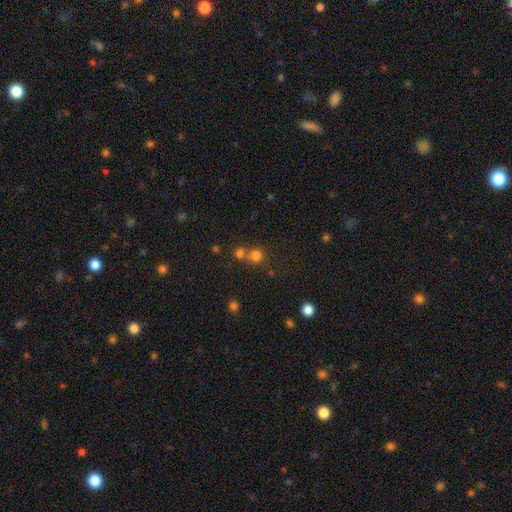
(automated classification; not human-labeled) This appears to be a smooth galaxy with no disk features (73%) that is round (88%). Merging: none (51%).